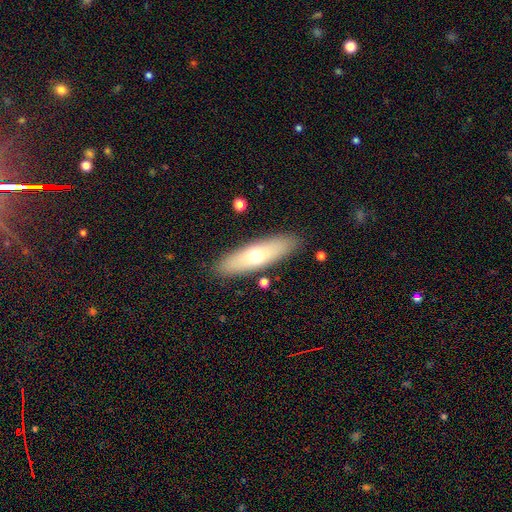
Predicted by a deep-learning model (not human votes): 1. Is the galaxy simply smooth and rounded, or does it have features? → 62% smooth, 32% featured or disk, 6% star or artifact.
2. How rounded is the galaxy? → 54% cigar-shaped, 43% in between, 2% round.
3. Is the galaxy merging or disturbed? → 88% none, 8% minor disturbance, 2% major disturbance, 2% merger.